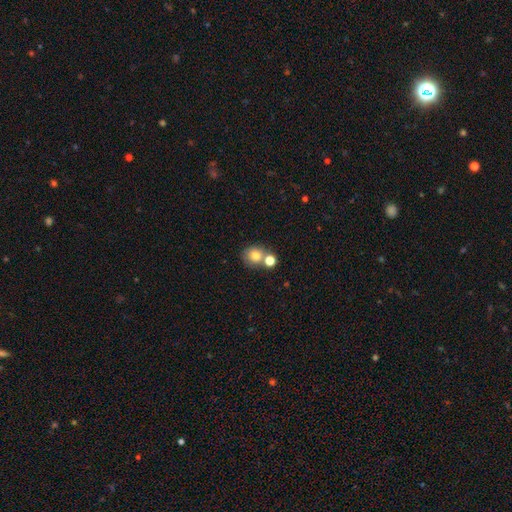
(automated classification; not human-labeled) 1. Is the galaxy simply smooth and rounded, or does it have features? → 77% smooth, 12% featured or disk, 11% star or artifact.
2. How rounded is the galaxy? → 81% round, 18% in between, 1% cigar-shaped.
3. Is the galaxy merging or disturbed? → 51% none, 35% merger, 10% minor disturbance, 4% major disturbance.